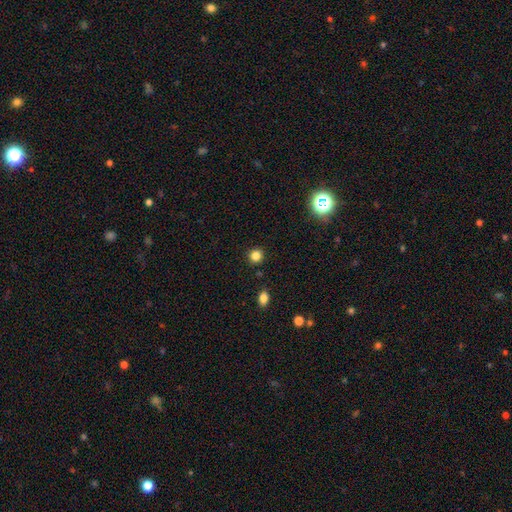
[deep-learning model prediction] Smooth or featured: smooth — 82% (star or artifact — 14%)
How rounded: round — 92% (in between — 7%)
Merging: none — 90% (minor disturbance — 6%)